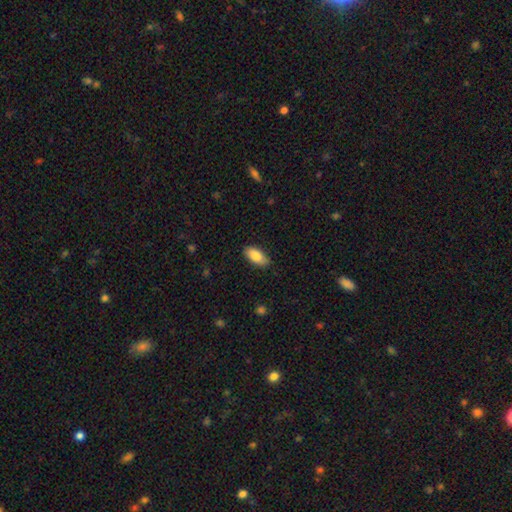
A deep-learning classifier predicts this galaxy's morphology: smooth 86%, featured or disk 8%, star or artifact 6%. Down the decision tree: how rounded — in between (90%); merging — none (84%).